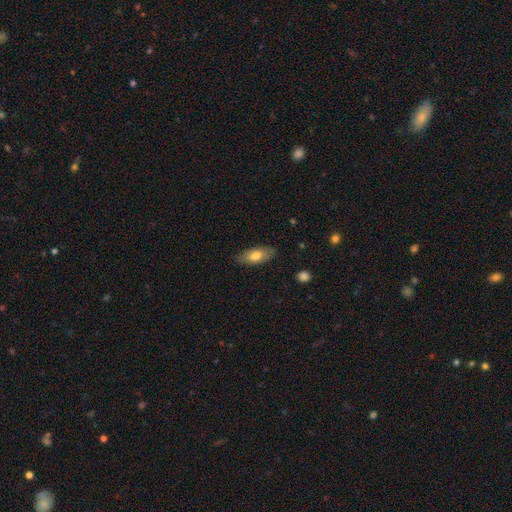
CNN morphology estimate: A smooth galaxy with no disk features (74%) that is in between round and cigar-shaped (83%). Merging: none (84%).